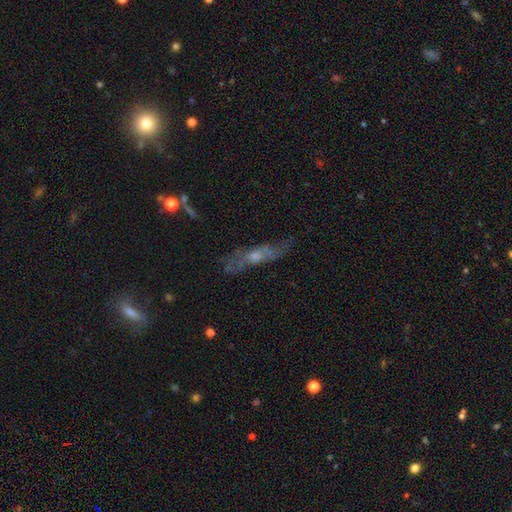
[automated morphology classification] Smooth or featured? featured or disk (60%)
Edge-on disk? yes (53%)
Merging? none (64%)